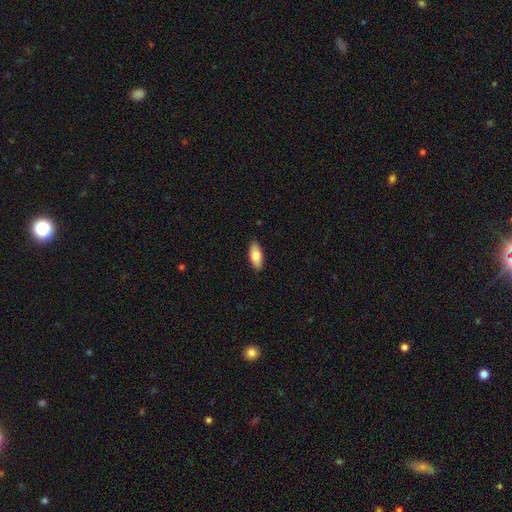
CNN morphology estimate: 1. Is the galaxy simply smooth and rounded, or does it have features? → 80% smooth, 14% featured or disk, 6% star or artifact.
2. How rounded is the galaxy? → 85% in between, 13% cigar-shaped, 2% round.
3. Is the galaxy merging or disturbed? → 89% none, 9% minor disturbance, 2% major disturbance, 1% merger.